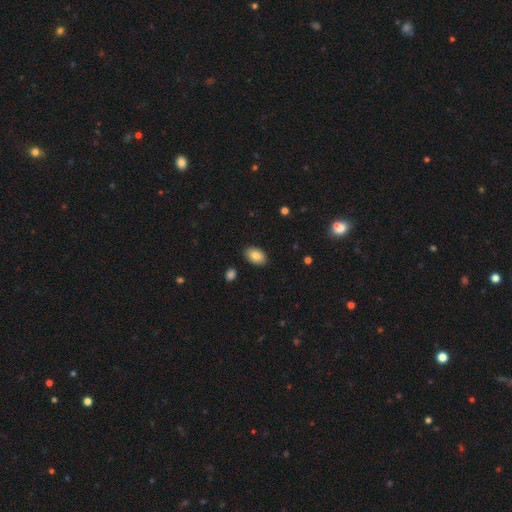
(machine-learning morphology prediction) Smooth or featured?
  - smooth: 85% *
  - star or artifact: 8%
  - featured or disk: 8%
How rounded?
  - in between: 90% *
  - round: 9%
  - cigar-shaped: 1%
Merging?
  - none: 88% *
  - minor disturbance: 9%
  - major disturbance: 2%
  - merger: 1%